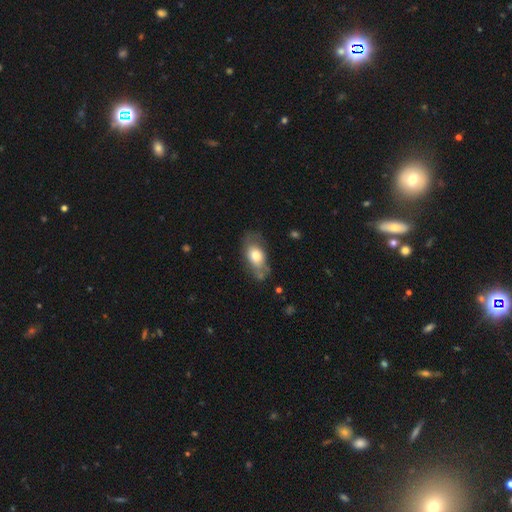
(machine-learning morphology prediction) A smooth galaxy with no disk features (70%) that is in between round and cigar-shaped (87%).

Vote fractions:
- Smooth or featured? smooth: 70% / featured or disk: 23% / star or artifact: 7%
- How rounded? in between: 87% / round: 9% / cigar-shaped: 4%
- Merging? none: 57% / minor disturbance: 28% / major disturbance: 10% / merger: 5%